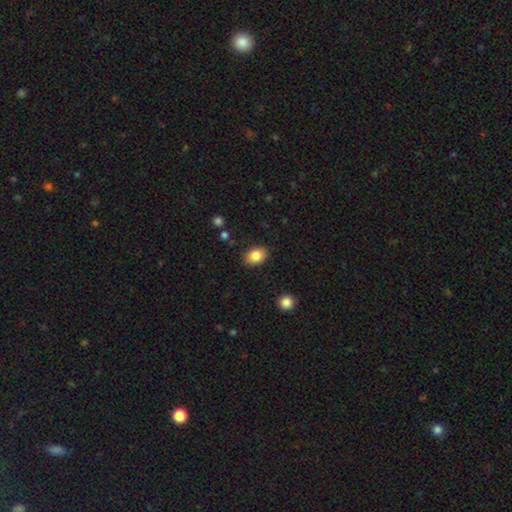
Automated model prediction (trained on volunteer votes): smooth-or-featured: smooth: 85% | star or artifact: 8% | featured or disk: 7%
  how-rounded: in between: 73% | round: 26% | cigar-shaped: 1%
  merging: none: 87% | minor disturbance: 9% | major disturbance: 2% | merger: 1%